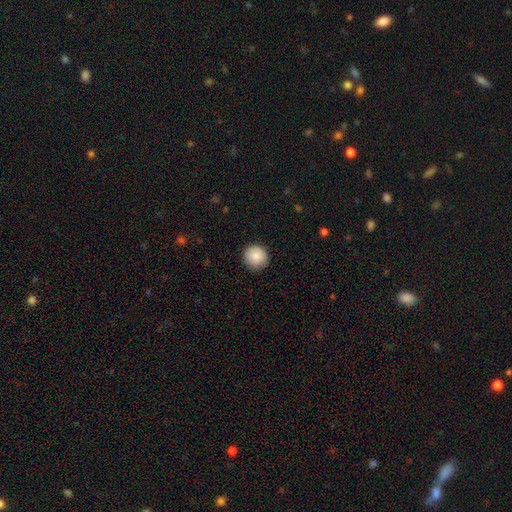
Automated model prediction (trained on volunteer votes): smooth-or-featured: smooth: 88% | star or artifact: 7% | featured or disk: 5%
  how-rounded: round: 95% | in between: 4% | cigar-shaped: 1%
  merging: none: 90% | minor disturbance: 7% | major disturbance: 2% | merger: 1%